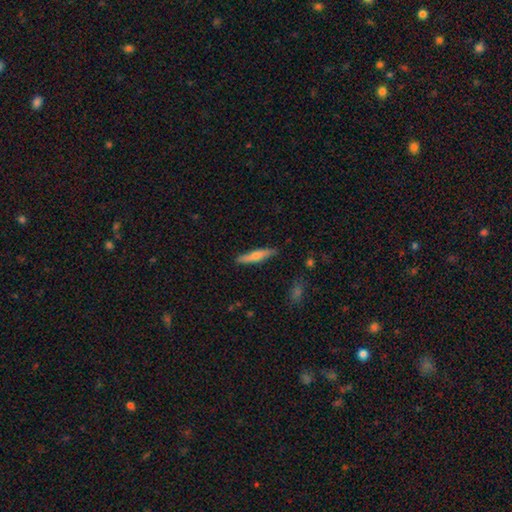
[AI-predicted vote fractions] smooth-or-featured: smooth: 51% | featured or disk: 42% | star or artifact: 6%
  how-rounded: cigar-shaped: 88% | in between: 10% | round: 2%
  merging: none: 88% | minor disturbance: 9% | major disturbance: 2% | merger: 1%